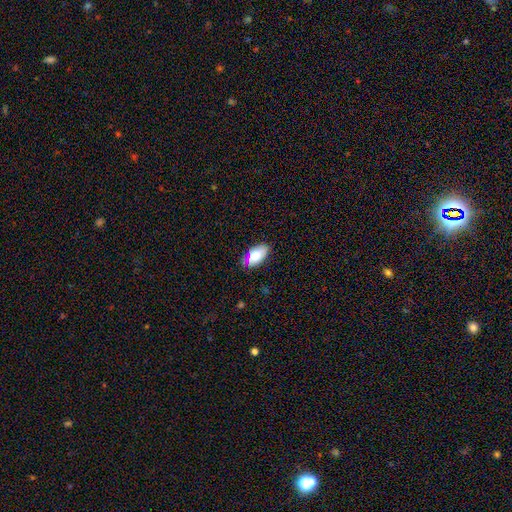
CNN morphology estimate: Smooth or featured? Predicted: smooth (p=0.75). How rounded? Predicted: in between (p=0.92). Merging? Predicted: none (p=0.75).